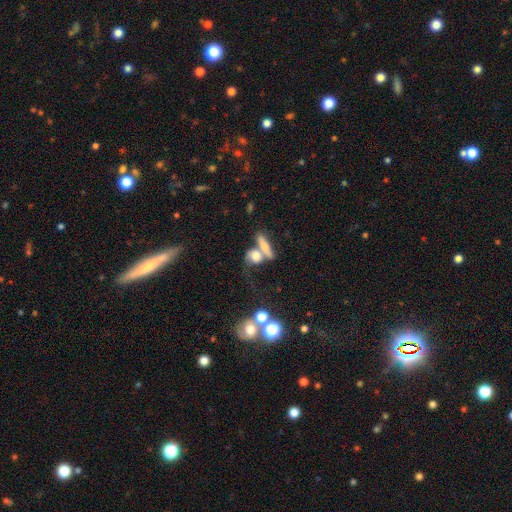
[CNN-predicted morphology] smooth-or-featured: smooth: 58% | featured or disk: 30% | star or artifact: 12%
  how-rounded: in between: 44% | round: 34% | cigar-shaped: 22%
  merging: merger: 50% | none: 29% | minor disturbance: 11% | major disturbance: 10%